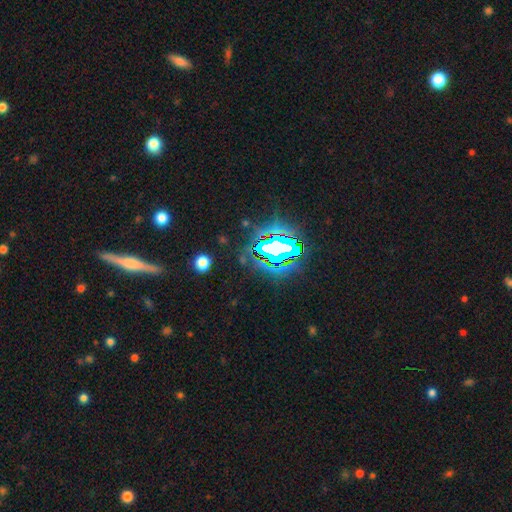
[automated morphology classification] This is likely a star or artifact rather than a galaxy (75%).